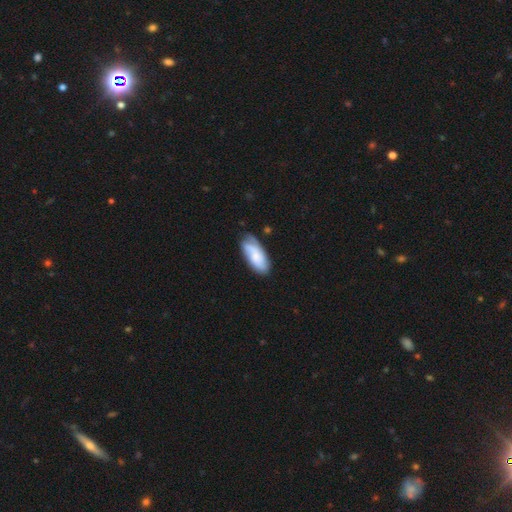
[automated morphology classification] smooth 56%, featured or disk 38%, star or artifact 6%. Down the decision tree: how rounded — in between (84%); merging — none (68%).